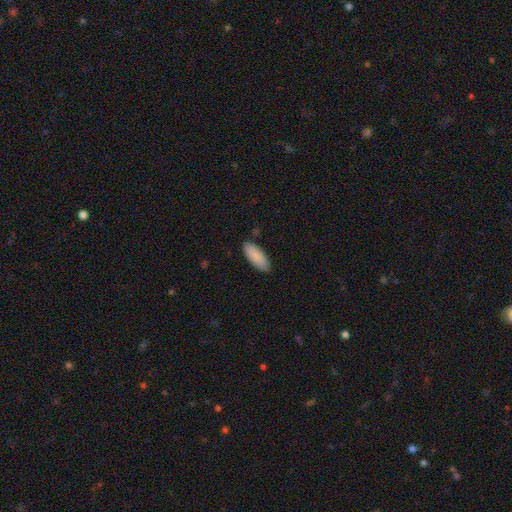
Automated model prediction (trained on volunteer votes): The model was most divided on "how rounded": in between: 80%, cigar-shaped: 19%, round: 2%. More confident: smooth or featured — smooth (89%); merging — none (86%).